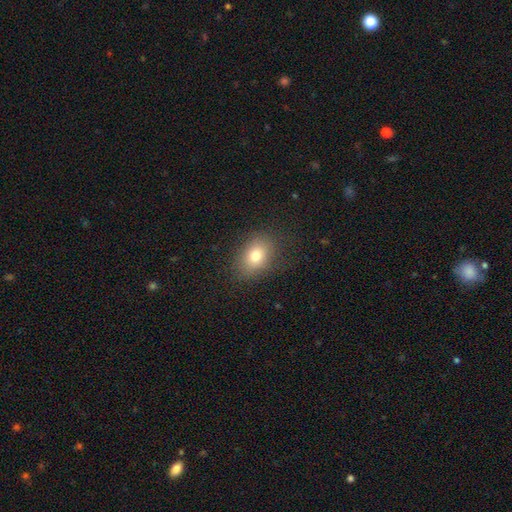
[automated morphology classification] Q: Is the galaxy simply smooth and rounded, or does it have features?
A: smooth — 79%.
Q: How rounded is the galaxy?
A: in between — 71%.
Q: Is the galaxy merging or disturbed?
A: none — 81%.